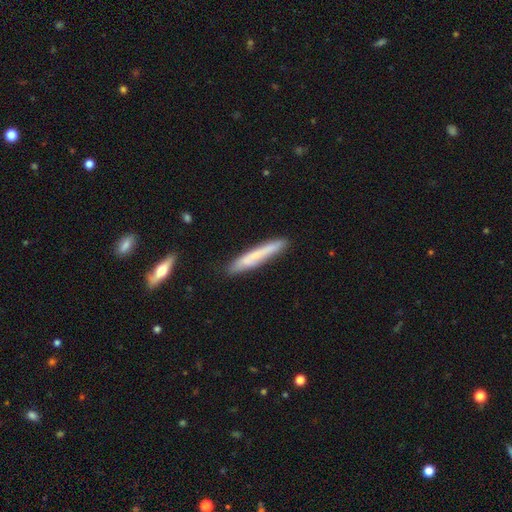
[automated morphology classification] Smooth or featured: smooth — 62% (featured or disk — 32%)
How rounded: cigar-shaped — 94% (in between — 4%)
Merging: none — 84% (minor disturbance — 12%)